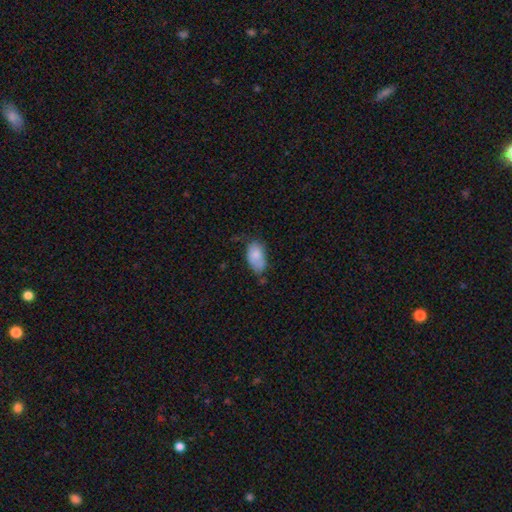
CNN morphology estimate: Q: Smooth or featured?
A: smooth (80%); runner-up: featured or disk (13%)
Q: How rounded?
A: in between (93%); runner-up: round (5%)
Q: Merging?
A: none (46%); runner-up: minor disturbance (38%)